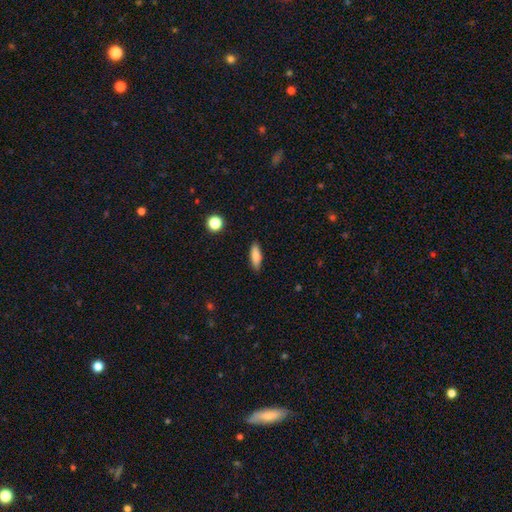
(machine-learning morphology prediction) The model was most divided on "how rounded": in between: 53%, cigar-shaped: 44%, round: 2%. More confident: merging — none (88%); smooth or featured — smooth (83%).